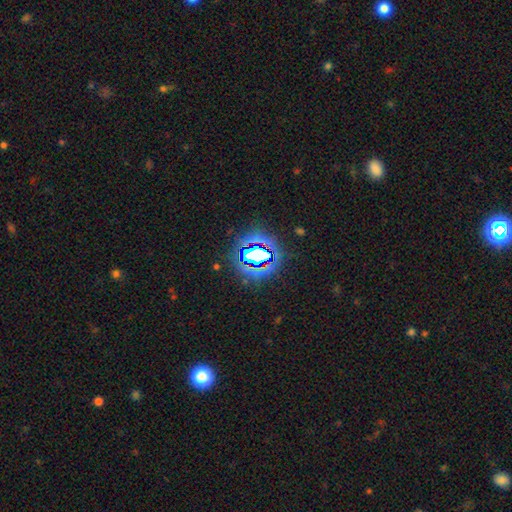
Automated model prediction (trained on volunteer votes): Overall: star or artifact (69%).